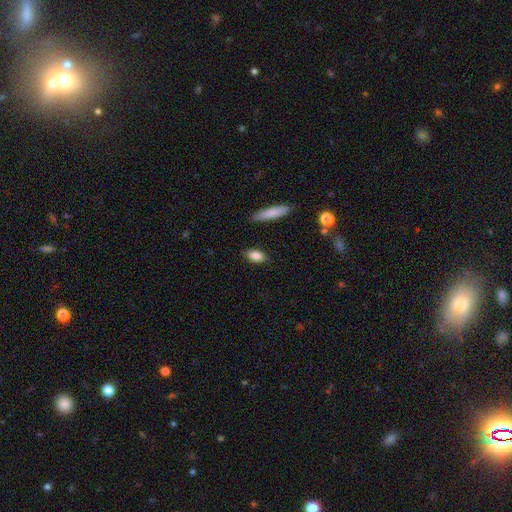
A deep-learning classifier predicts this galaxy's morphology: A smooth galaxy with no disk features (85%) that is in between round and cigar-shaped (85%). Merging: none (86%).